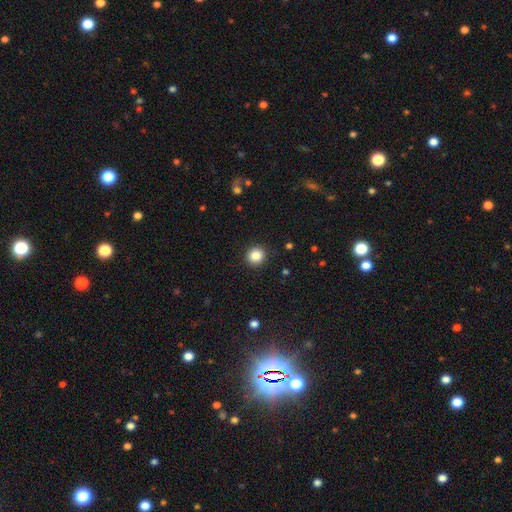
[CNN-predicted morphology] Smooth or featured?
  - smooth: 85% *
  - star or artifact: 10%
  - featured or disk: 5%
How rounded?
  - round: 91% *
  - in between: 8%
  - cigar-shaped: 1%
Merging?
  - none: 92% *
  - minor disturbance: 5%
  - major disturbance: 2%
  - merger: 1%